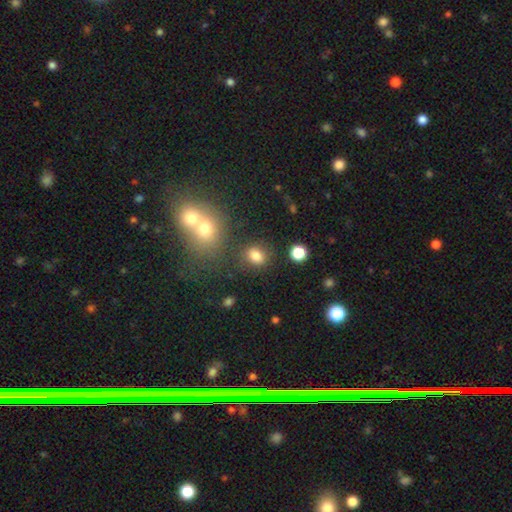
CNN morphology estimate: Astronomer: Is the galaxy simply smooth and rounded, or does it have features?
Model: smooth — 81%.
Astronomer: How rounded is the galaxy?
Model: in between — 51% (runner-up: round, 47%).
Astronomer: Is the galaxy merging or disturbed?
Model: none — 75%.